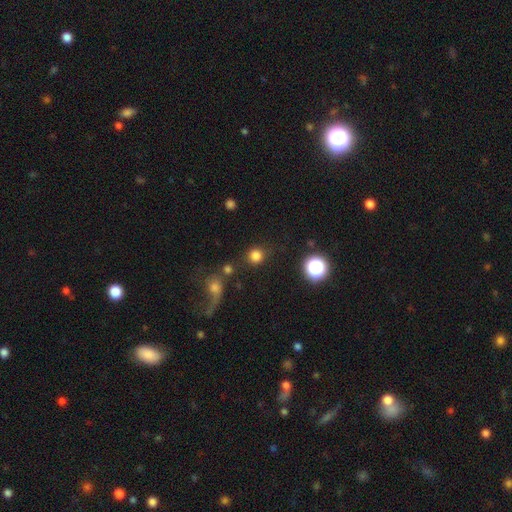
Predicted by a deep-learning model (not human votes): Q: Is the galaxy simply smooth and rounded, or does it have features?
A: smooth — 80%.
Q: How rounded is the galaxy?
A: round — 90%.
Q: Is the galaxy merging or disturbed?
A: none — 78%.